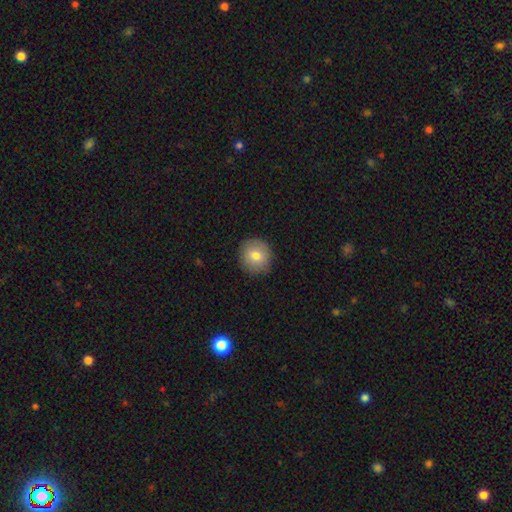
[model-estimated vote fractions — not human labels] smooth-or-featured: smooth: 78% | featured or disk: 14% | star or artifact: 8%
  how-rounded: round: 91% | in between: 8% | cigar-shaped: 1%
  merging: none: 89% | minor disturbance: 8% | major disturbance: 2% | merger: 1%